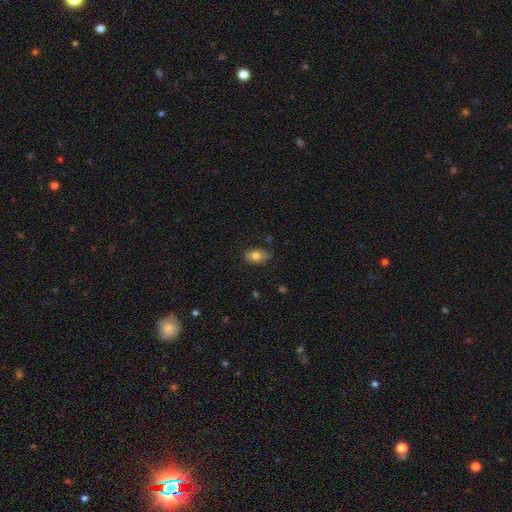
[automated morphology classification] smooth 78%, featured or disk 14%, star or artifact 8%. Down the decision tree: how rounded — in between (86%); merging — none (78%).